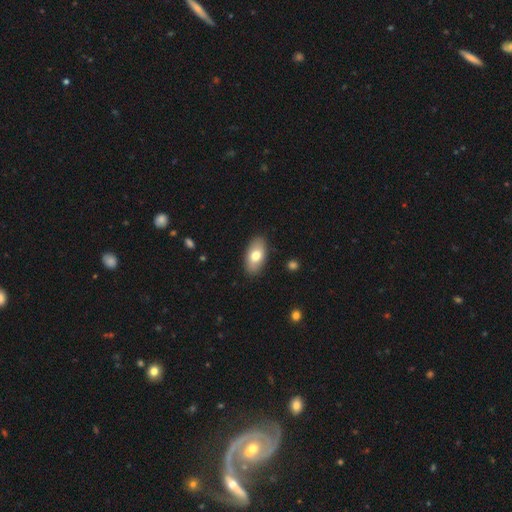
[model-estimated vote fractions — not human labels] Q: Smooth or featured?
A: smooth (74%); runner-up: featured or disk (20%)
Q: How rounded?
A: in between (93%); runner-up: round (4%)
Q: Merging?
A: none (88%); runner-up: minor disturbance (9%)